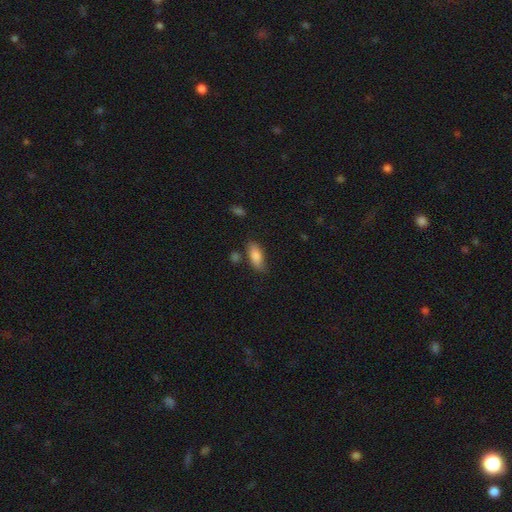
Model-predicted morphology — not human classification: type=smooth (84%); roundness=in between (80%); merging=none (71%).